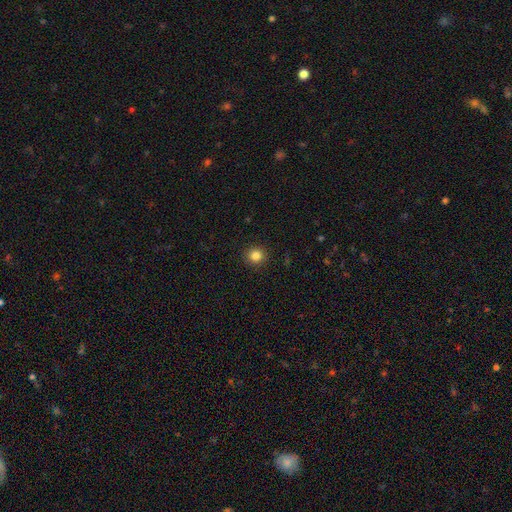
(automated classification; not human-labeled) Smooth or featured? Predicted: smooth (p=0.84). How rounded? Predicted: round (p=0.91). Merging? Predicted: none (p=0.92).